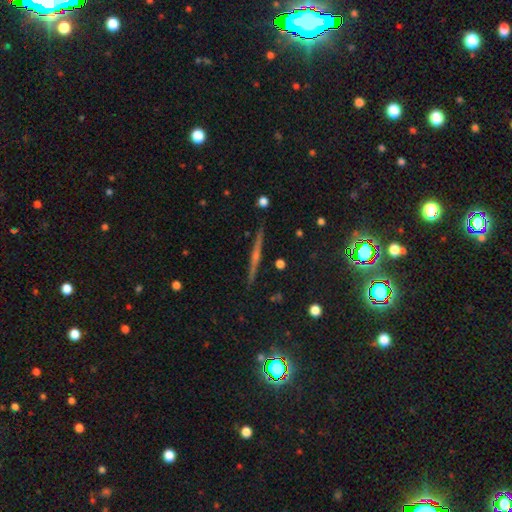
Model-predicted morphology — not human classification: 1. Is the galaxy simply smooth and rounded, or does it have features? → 69% featured or disk, 17% smooth, 14% star or artifact.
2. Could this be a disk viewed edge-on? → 98% yes, 2% no.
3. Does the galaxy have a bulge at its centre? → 70% rounded, 22% none, 8% boxy.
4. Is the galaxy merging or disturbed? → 91% none, 6% minor disturbance, 1% major disturbance, 1% merger.